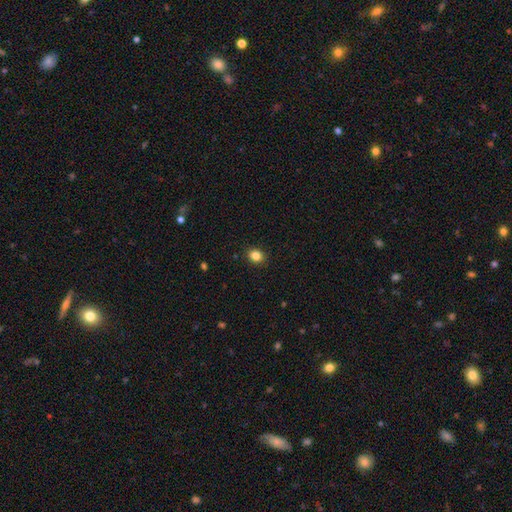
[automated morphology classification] Q: Smooth or featured?
A: smooth (84%); runner-up: star or artifact (11%)
Q: How rounded?
A: round (65%); runner-up: in between (35%)
Q: Merging?
A: none (91%); runner-up: minor disturbance (6%)